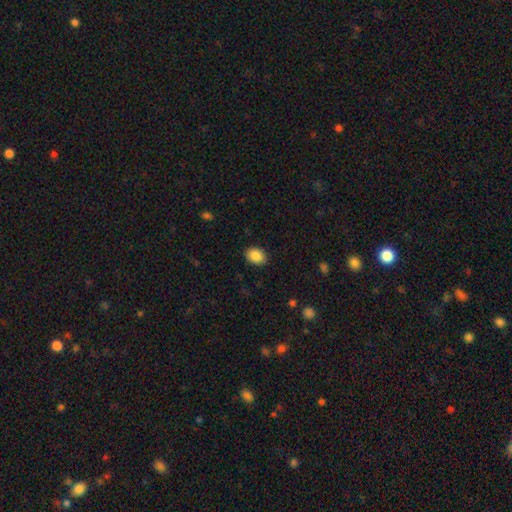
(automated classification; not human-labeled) Smooth or featured? Predicted: smooth (p=0.88). How rounded? Predicted: in between (p=0.72). Merging? Predicted: none (p=0.88).